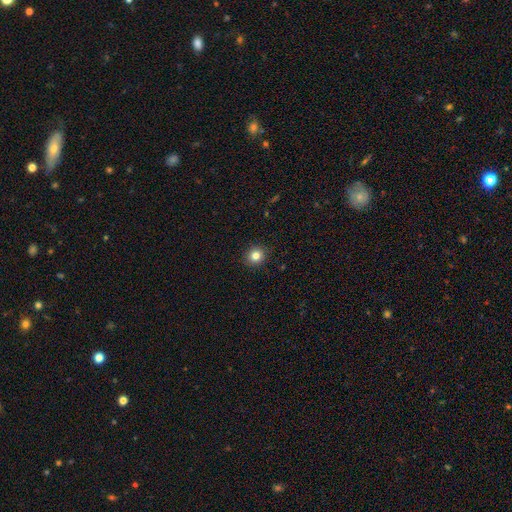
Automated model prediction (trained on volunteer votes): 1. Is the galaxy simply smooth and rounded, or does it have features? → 82% smooth, 12% star or artifact, 6% featured or disk.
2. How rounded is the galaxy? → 88% round, 11% in between, 1% cigar-shaped.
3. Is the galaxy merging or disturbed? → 91% none, 6% minor disturbance, 2% major disturbance, 1% merger.